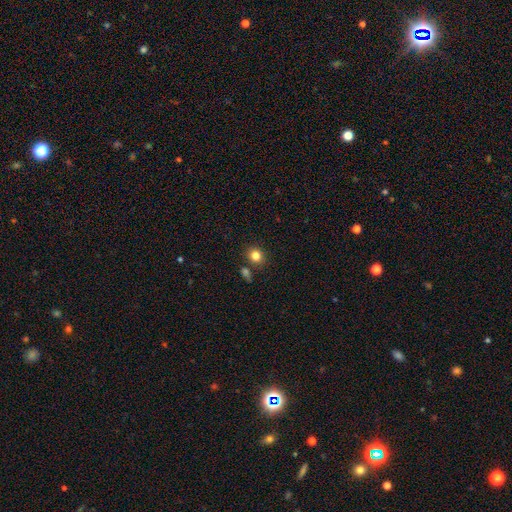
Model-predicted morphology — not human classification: Overall: smooth (83%). How rounded: round (79%). Merging: none (80%).